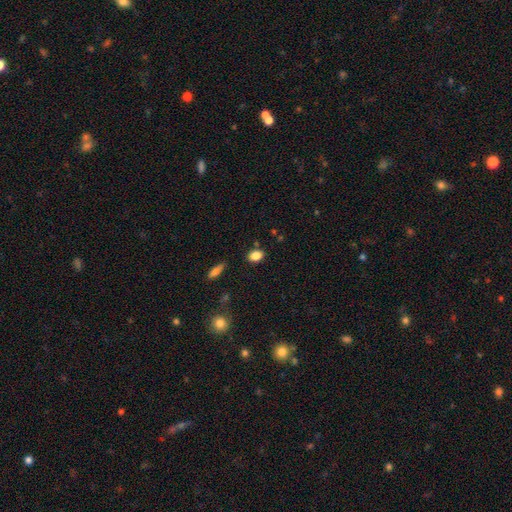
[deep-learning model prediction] The model was most divided on "how rounded": in between: 71%, round: 27%, cigar-shaped: 2%. More confident: smooth or featured — smooth (85%); merging — none (83%).